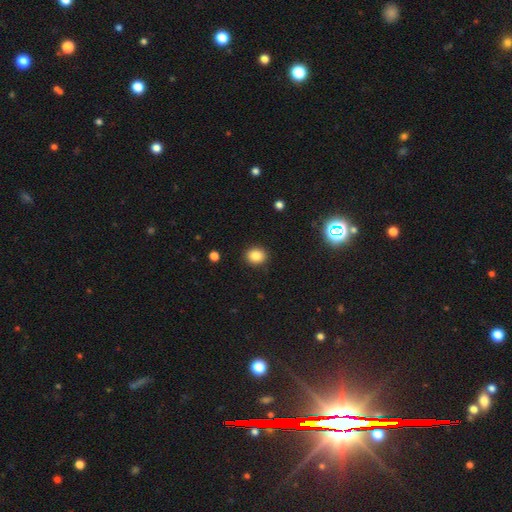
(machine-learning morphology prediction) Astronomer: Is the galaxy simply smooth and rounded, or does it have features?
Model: smooth — 84%.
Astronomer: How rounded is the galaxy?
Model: round — 61% (runner-up: in between, 38%).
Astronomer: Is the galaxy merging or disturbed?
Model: none — 90%.